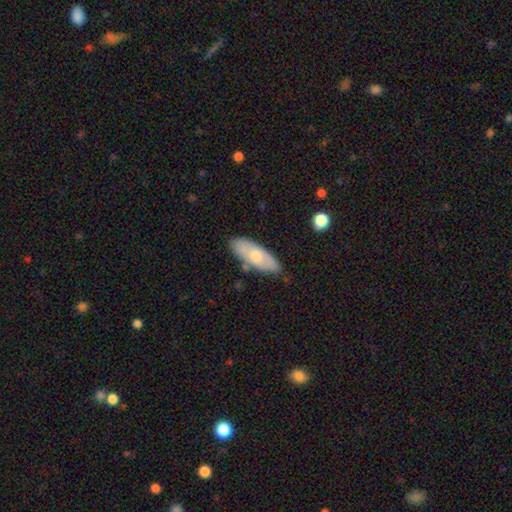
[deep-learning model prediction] The model was most divided on "smooth or featured": smooth: 65%, featured or disk: 30%, star or artifact: 6%. More confident: merging — none (76%); how rounded — in between (76%).